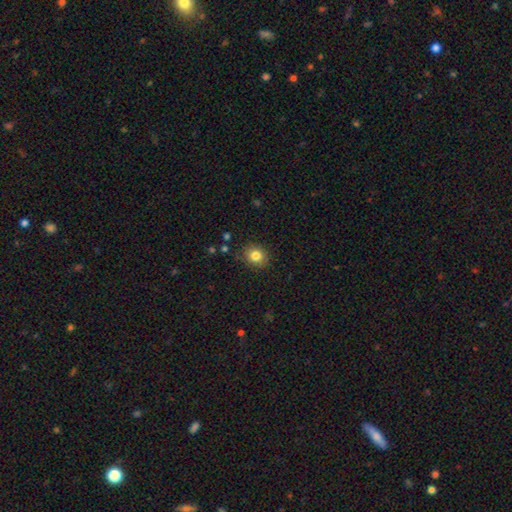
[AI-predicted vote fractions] This is clearly a smooth galaxy (82%). How rounded: likely round (70%). Merging: clearly none (87%).